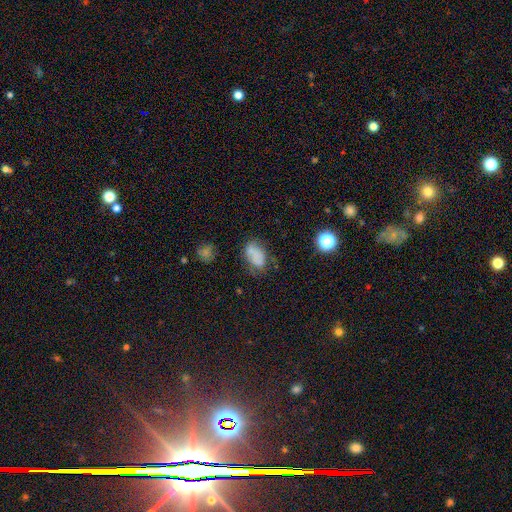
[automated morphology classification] Smooth or featured? Predicted: smooth (p=0.70). How rounded? Predicted: in between (p=0.88). Merging? Predicted: none (p=0.53).